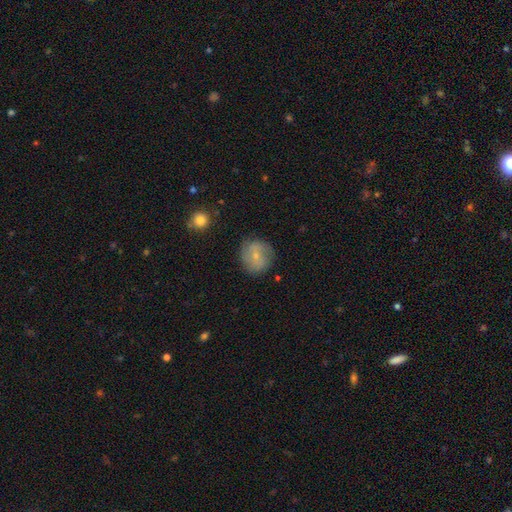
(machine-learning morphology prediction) Q: Smooth or featured?
A: smooth (49%); runner-up: featured or disk (43%)
Q: Merging?
A: none (77%); runner-up: minor disturbance (16%)